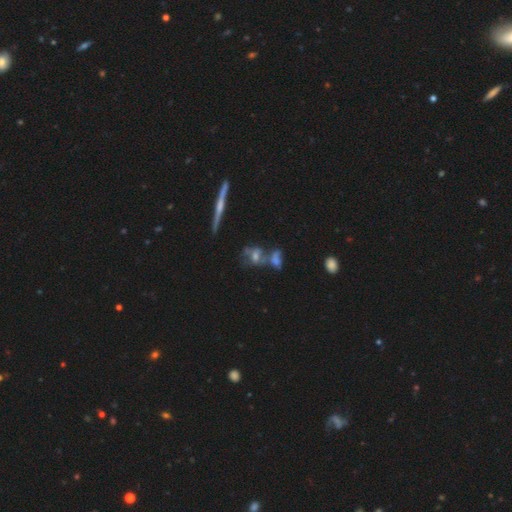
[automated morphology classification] A featured or disk galaxy (47%). Merging: none (56%).